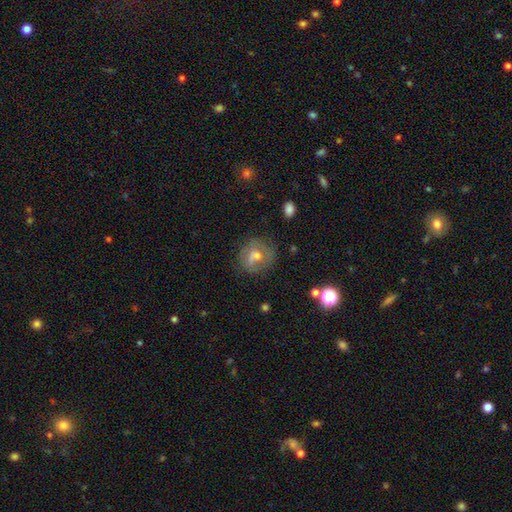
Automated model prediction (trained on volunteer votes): featured or disk 49%, smooth 37%, star or artifact 14%. Down the decision tree: merging — none (71%).